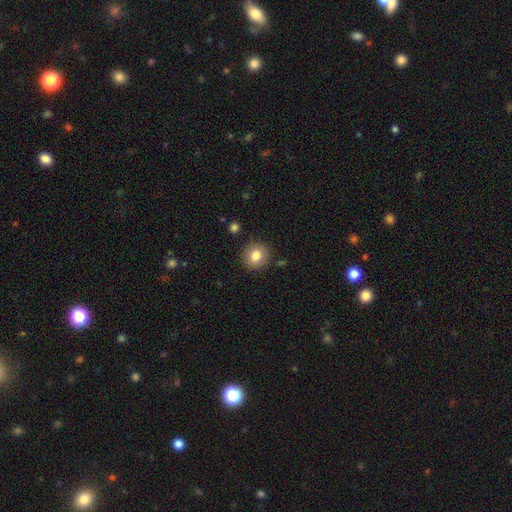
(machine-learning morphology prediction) The model was most divided on "smooth or featured": smooth: 82%, star or artifact: 10%, featured or disk: 8%. More confident: merging — none (88%); how rounded — round (87%).